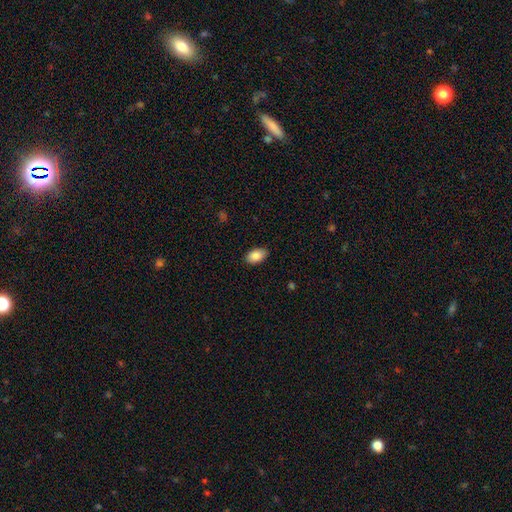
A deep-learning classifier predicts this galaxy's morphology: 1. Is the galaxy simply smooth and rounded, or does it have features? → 89% smooth, 7% star or artifact, 5% featured or disk.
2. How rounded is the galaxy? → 93% in between, 6% round, 2% cigar-shaped.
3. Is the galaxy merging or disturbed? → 86% none, 11% minor disturbance, 2% major disturbance, 1% merger.